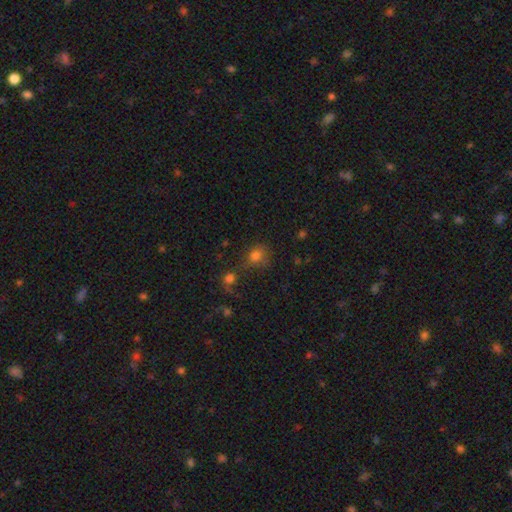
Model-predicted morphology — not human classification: Overall: smooth (75%). How rounded: round (68%; in between 31%). Merging: none (45%; merger 30%).